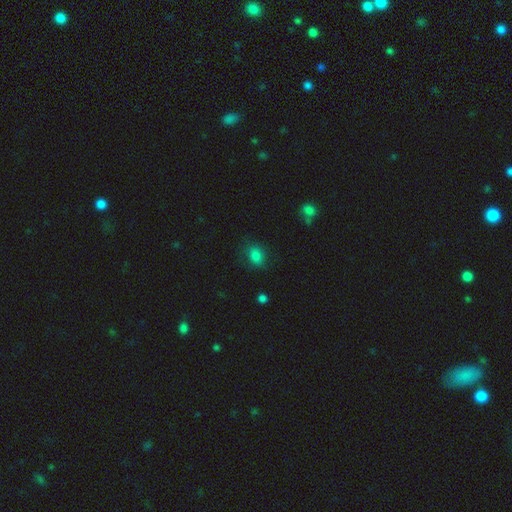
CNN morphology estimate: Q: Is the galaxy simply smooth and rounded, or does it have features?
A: smooth — 83%.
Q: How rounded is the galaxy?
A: in between — 56%.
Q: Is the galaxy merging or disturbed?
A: none — 77%.